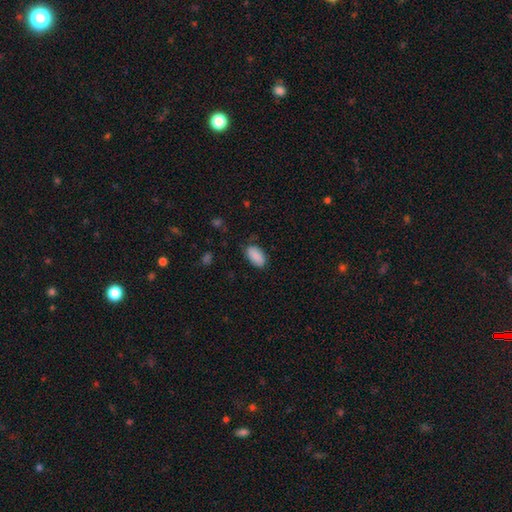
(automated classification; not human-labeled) A smooth galaxy with no disk features (89%) that is in between round and cigar-shaped (94%). Merging: none (81%).